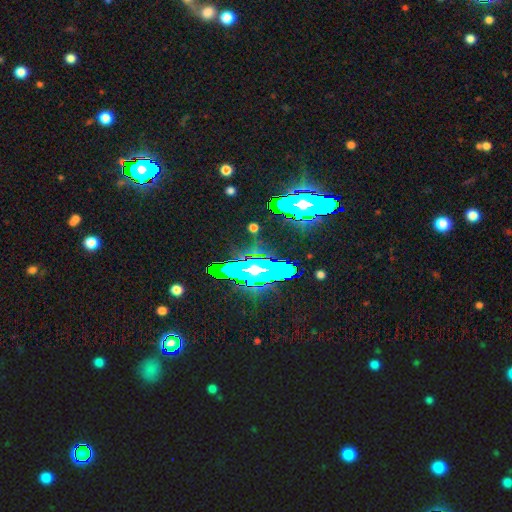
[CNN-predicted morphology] smooth-or-featured: star or artifact: 66% | featured or disk: 20% | smooth: 14%